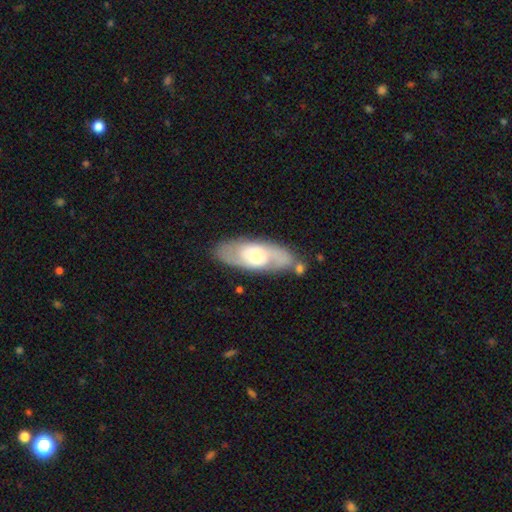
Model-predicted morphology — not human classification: smooth_or_featured: featured or disk (p=0.63) [alt: smooth p=0.32]
disk_edge_on: no (p=0.84) [alt: yes p=0.16]
bar: no (p=0.60) [alt: weak p=0.32]
has_spiral_arms: yes (p=0.75) [alt: no p=0.25]
bulge_size: moderate (p=0.54) [alt: small p=0.27]
merging: none (p=0.76) [alt: minor disturbance p=0.14]